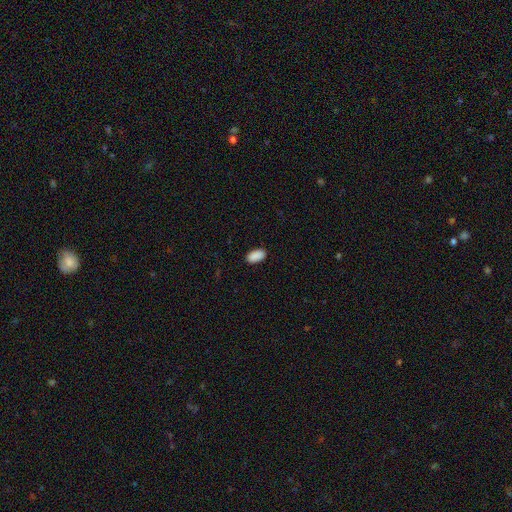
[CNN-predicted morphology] A smooth galaxy with no disk features (90%) that is in between round and cigar-shaped (94%). Merging: none (88%).